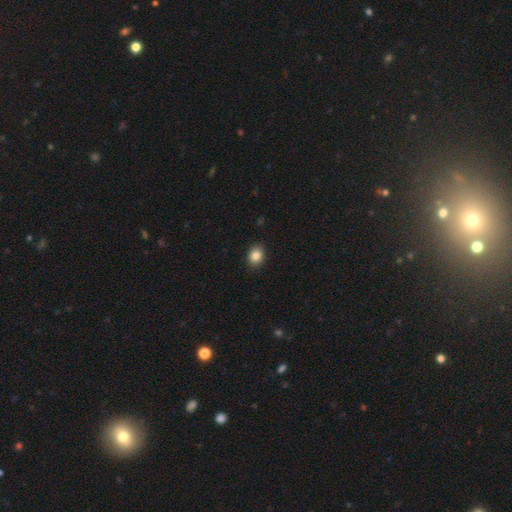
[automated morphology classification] Smooth or featured: smooth — 85% (star or artifact — 9%)
How rounded: in between — 57% (round — 42%)
Merging: none — 88% (minor disturbance — 9%)